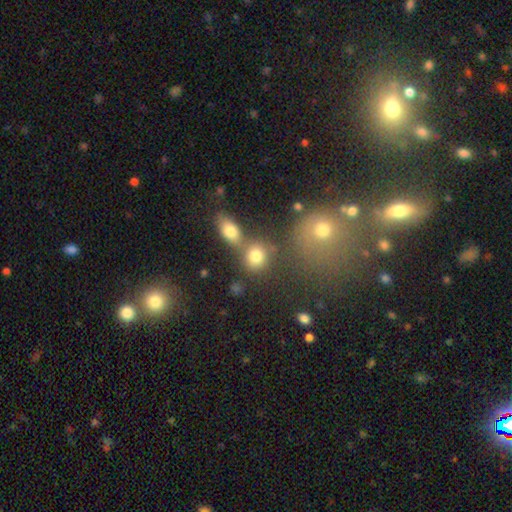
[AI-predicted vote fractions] This is likely a smooth galaxy (78%). How rounded: likely round (74%). Merging: possibly none (54%).